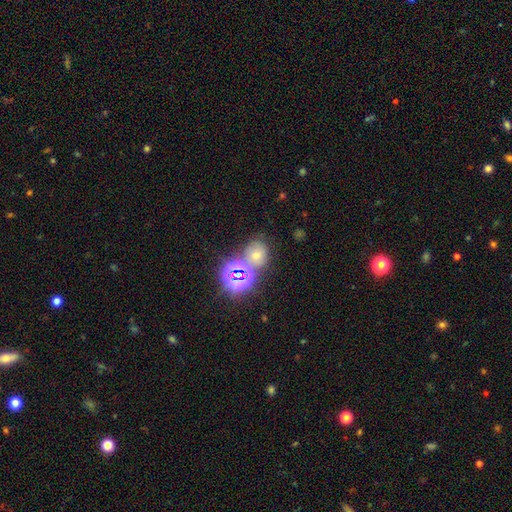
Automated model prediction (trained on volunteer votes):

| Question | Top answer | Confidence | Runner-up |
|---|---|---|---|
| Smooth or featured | star or artifact | 53% | smooth (34%) |